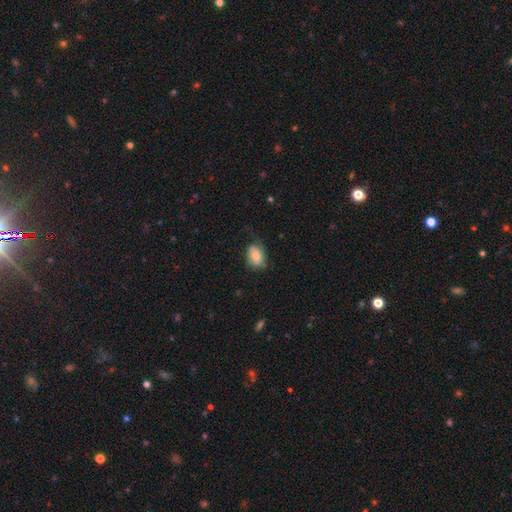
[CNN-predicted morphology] smooth_or_featured: smooth (p=0.70) [alt: featured or disk p=0.23]
how_rounded: in between (p=0.73) [alt: round p=0.25]
merging: none (p=0.57) [alt: minor disturbance p=0.29]